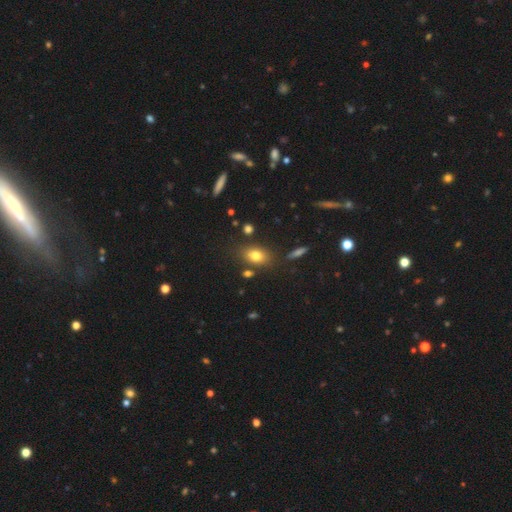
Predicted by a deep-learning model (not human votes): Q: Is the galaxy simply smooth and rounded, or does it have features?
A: smooth — 78%.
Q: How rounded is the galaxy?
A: in between — 78%.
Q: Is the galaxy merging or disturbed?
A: none — 78%.